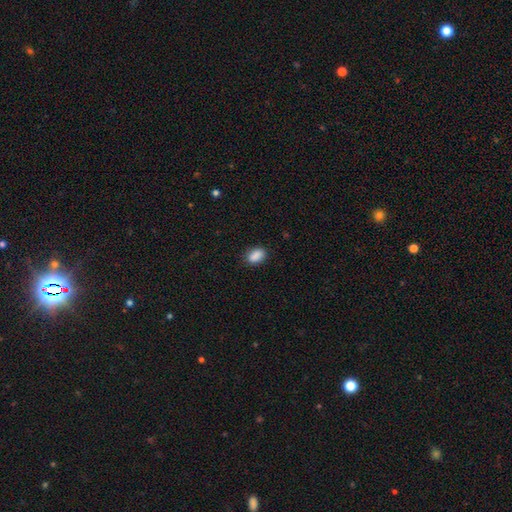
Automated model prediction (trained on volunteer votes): Smooth or featured? Predicted: smooth (p=0.89). How rounded? Predicted: in between (p=0.84). Merging? Predicted: none (p=0.84).